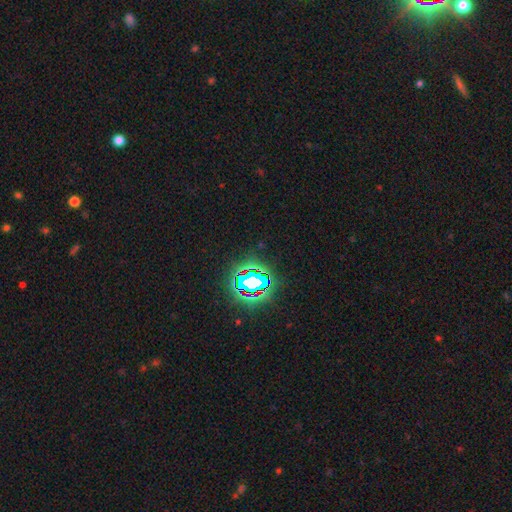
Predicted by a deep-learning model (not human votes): Q: Smooth or featured?
A: star or artifact (81%); runner-up: smooth (12%)